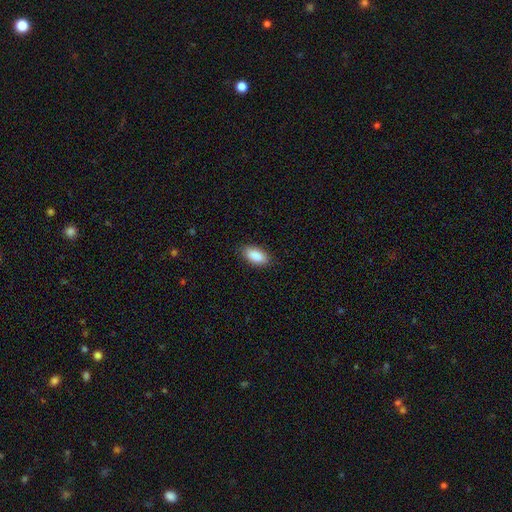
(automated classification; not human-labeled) This is clearly a smooth galaxy (90%). How rounded: clearly in between (92%). Merging: clearly none (86%).